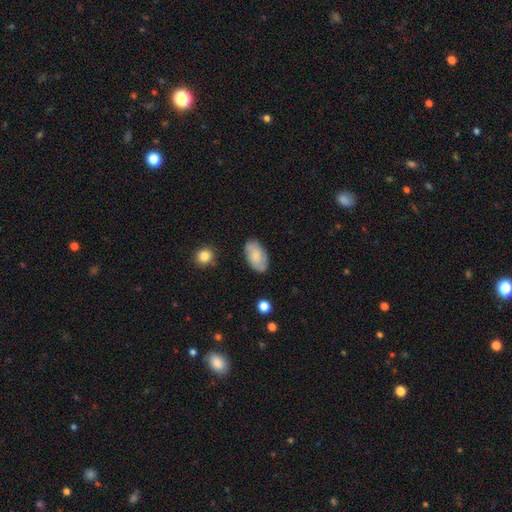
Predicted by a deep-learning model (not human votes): Smooth or featured? smooth (71%)
How rounded? in between (94%)
Merging? none (81%)